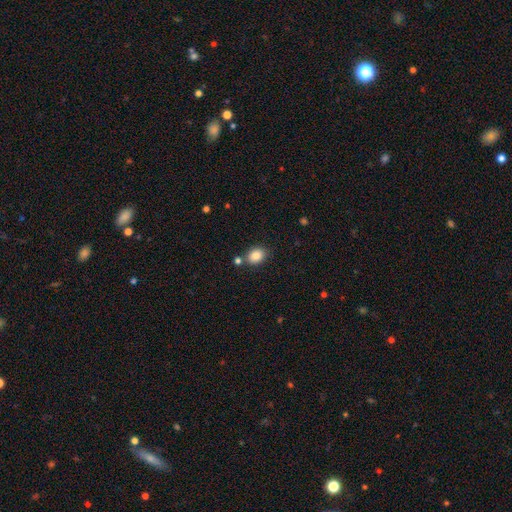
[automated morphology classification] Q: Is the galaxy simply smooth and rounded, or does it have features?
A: smooth — 85%.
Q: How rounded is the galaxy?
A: in between — 59%.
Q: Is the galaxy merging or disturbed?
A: none — 76%.